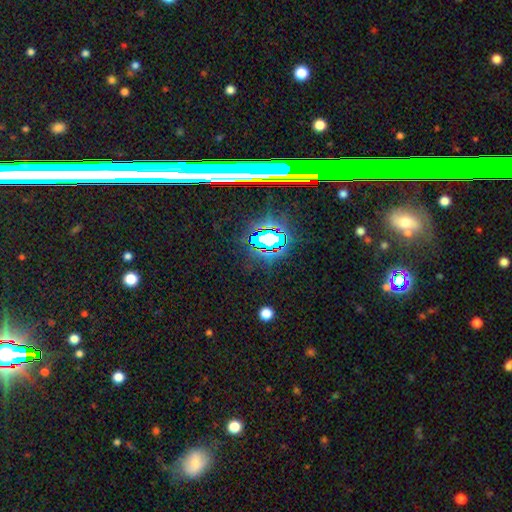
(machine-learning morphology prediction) This is likely a star or artifact rather than a galaxy (71%).